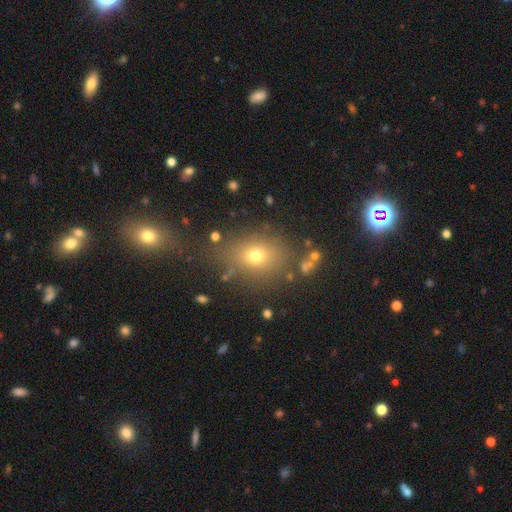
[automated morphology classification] This is likely a smooth galaxy (68%). How rounded: possibly round (49%, tied with in between). Merging: likely none (76%).